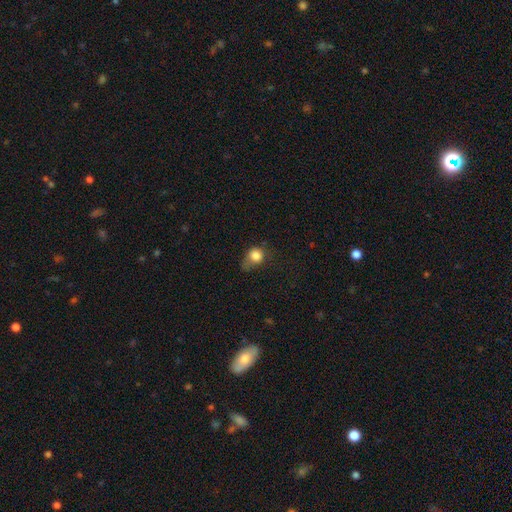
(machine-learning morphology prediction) type=smooth (81%); roundness=round (67%); merging=minor disturbance (37%).